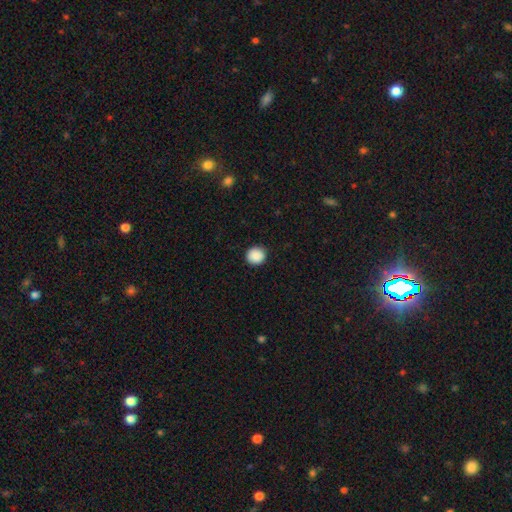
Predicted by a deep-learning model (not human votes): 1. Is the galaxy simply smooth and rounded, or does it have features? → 89% smooth, 8% star or artifact, 2% featured or disk.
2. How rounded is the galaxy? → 92% round, 7% in between, 1% cigar-shaped.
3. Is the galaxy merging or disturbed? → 91% none, 6% minor disturbance, 2% major disturbance, 1% merger.